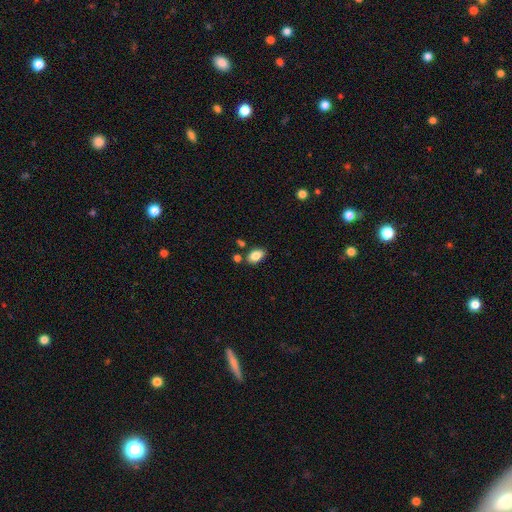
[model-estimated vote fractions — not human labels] Smooth or featured?
  - smooth: 85% *
  - star or artifact: 8%
  - featured or disk: 7%
How rounded?
  - in between: 90% *
  - round: 9%
  - cigar-shaped: 2%
Merging?
  - none: 78% *
  - minor disturbance: 12%
  - merger: 7%
  - major disturbance: 3%